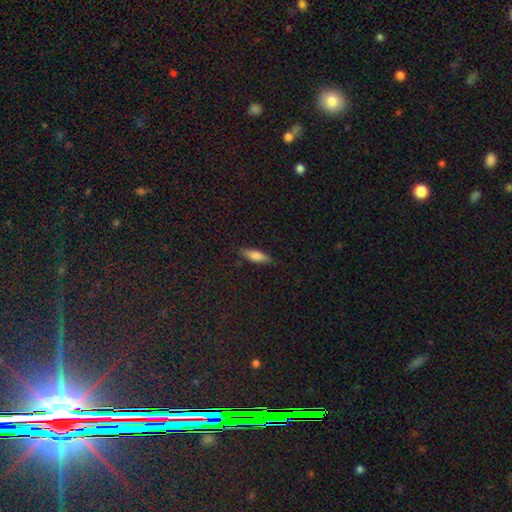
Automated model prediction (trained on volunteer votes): smooth 71%, featured or disk 22%, star or artifact 7%. Down the decision tree: how rounded — cigar-shaped (59%); merging — none (85%).